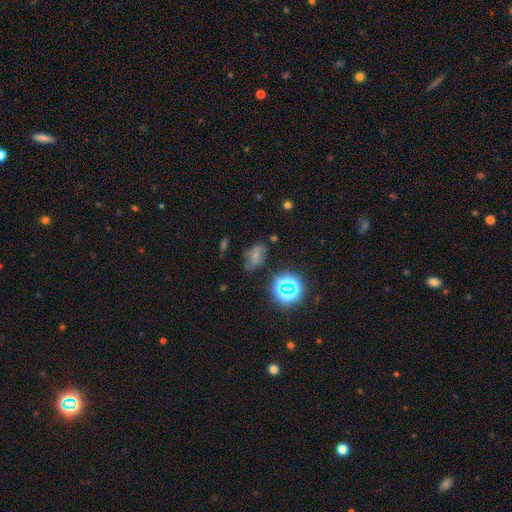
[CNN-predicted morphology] This appears to be a smooth galaxy with no disk features (50%) that is in between round and cigar-shaped (82%). Merging: none (56%).